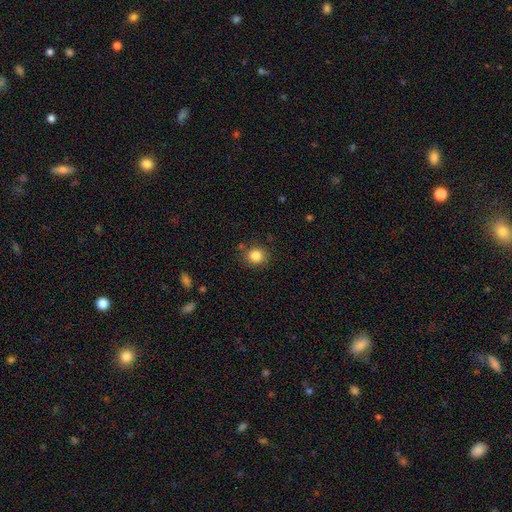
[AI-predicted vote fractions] A smooth galaxy with no disk features (85%) that is round (80%).

Vote fractions:
- Smooth or featured? smooth: 85% / star or artifact: 10% / featured or disk: 5%
- How rounded? round: 80% / in between: 20% / cigar-shaped: 1%
- Merging? none: 83% / minor disturbance: 10% / merger: 3% / major disturbance: 3%